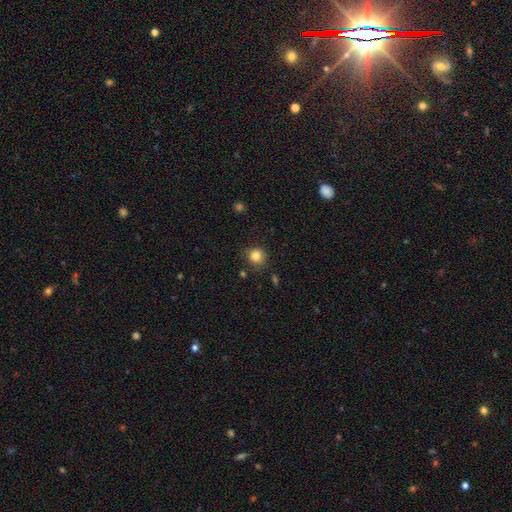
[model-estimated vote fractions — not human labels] Smooth or featured?
  - smooth: 83% *
  - star or artifact: 11%
  - featured or disk: 6%
How rounded?
  - round: 89% *
  - in between: 10%
  - cigar-shaped: 1%
Merging?
  - none: 84% *
  - minor disturbance: 11%
  - major disturbance: 3%
  - merger: 2%